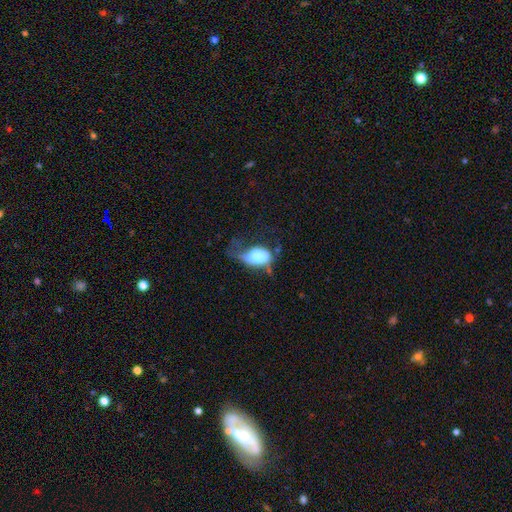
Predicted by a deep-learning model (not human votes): Smooth or featured? smooth (60%)
How rounded? in between (85%)
Merging? major disturbance (47%)